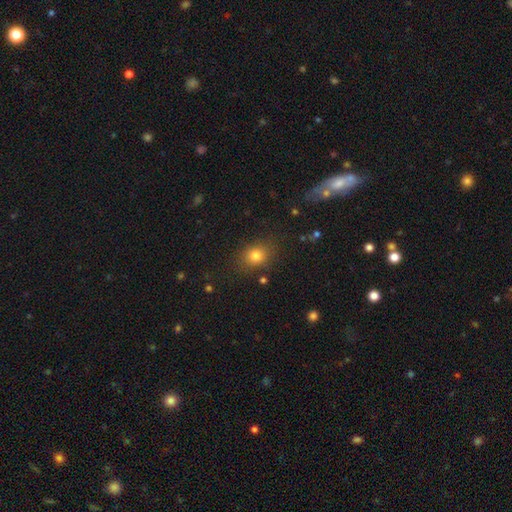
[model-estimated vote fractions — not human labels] Overall: smooth (80%). How rounded: round (59%; in between 40%). Merging: none (81%).